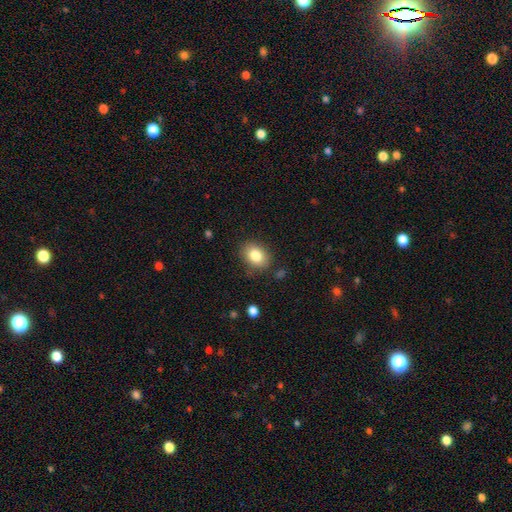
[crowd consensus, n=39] Morphology: type=smooth (79%); roundness=in between (81%); merging=none (78%).